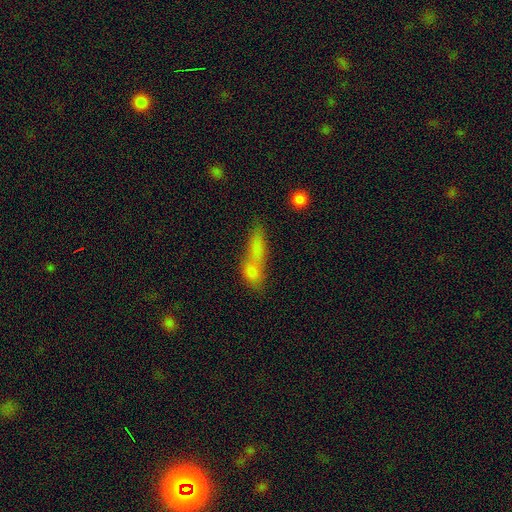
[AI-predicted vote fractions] smooth 62%, featured or disk 22%, star or artifact 16%. Down the decision tree: how rounded — cigar-shaped (54%); merging — merger (44%).